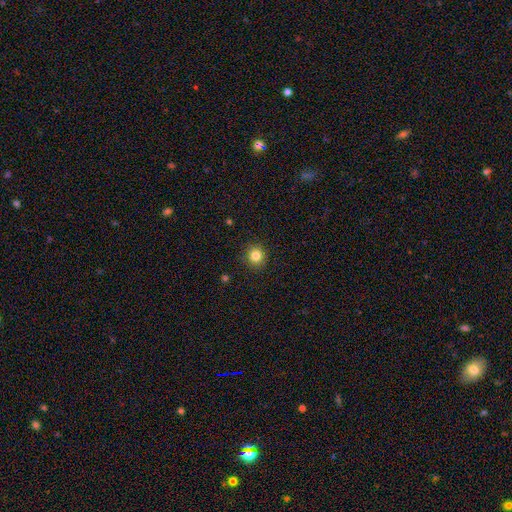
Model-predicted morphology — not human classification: smooth_or_featured: smooth (p=0.84) [alt: star or artifact p=0.12]
how_rounded: round (p=0.90) [alt: in between p=0.09]
merging: none (p=0.90) [alt: minor disturbance p=0.07]